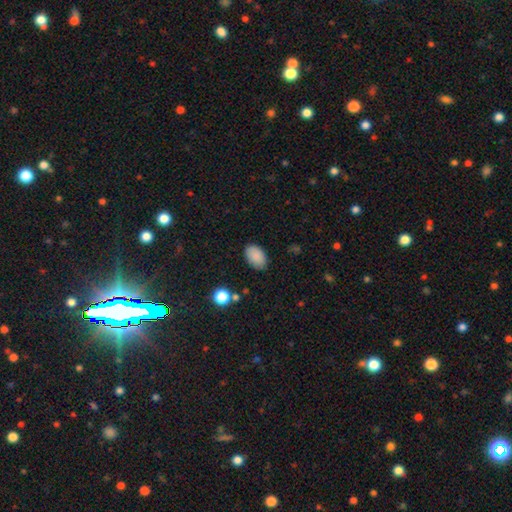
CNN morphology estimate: Smooth or featured? Predicted: smooth (p=0.88). How rounded? Predicted: in between (p=0.89). Merging? Predicted: none (p=0.84).